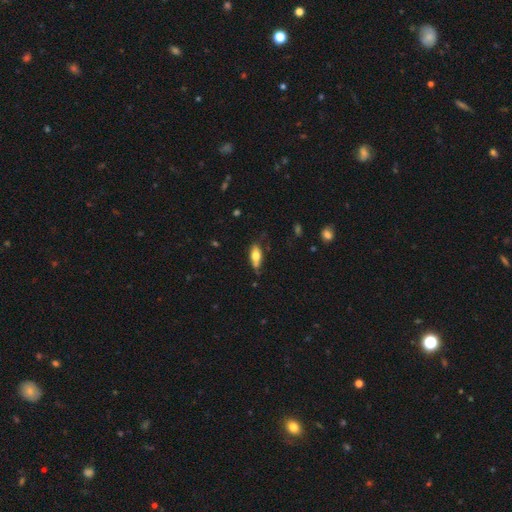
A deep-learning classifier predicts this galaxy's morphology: type=smooth (70%); roundness=in between (74%); merging=none (63%).